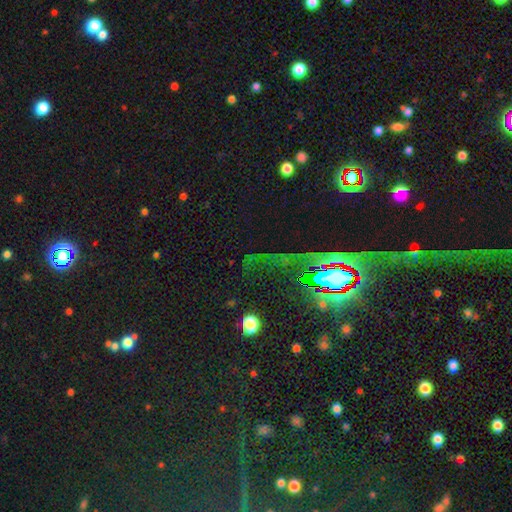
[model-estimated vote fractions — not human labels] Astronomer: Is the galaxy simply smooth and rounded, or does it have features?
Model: star or artifact — 65%.